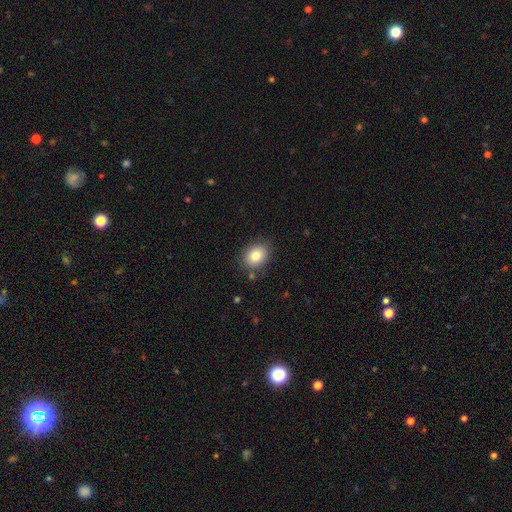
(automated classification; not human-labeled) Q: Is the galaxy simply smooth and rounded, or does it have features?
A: smooth — 83%.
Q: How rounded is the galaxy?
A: in between — 60%.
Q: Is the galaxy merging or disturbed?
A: none — 85%.